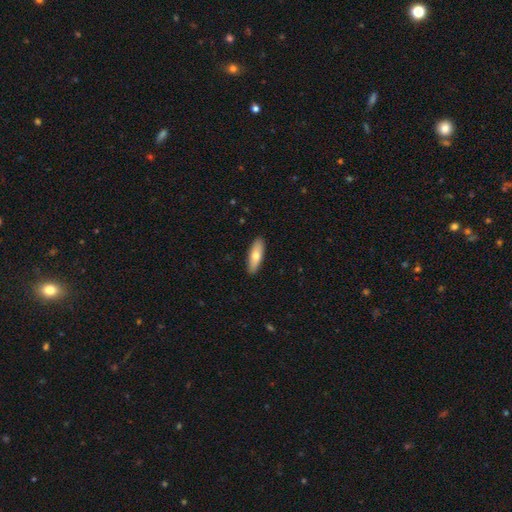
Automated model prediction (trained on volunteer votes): Overall: smooth (71%). How rounded: in between (52%; cigar-shaped 46%). Merging: none (90%).